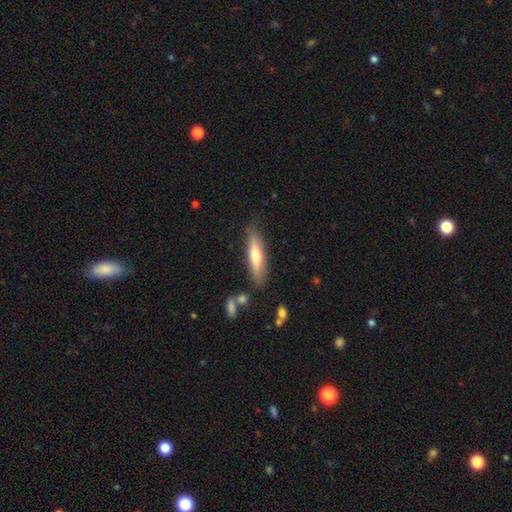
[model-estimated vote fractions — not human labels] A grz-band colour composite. It shows a smooth galaxy with no disk features (56%) that is cigar-shaped (74%). Merging: none (79%).